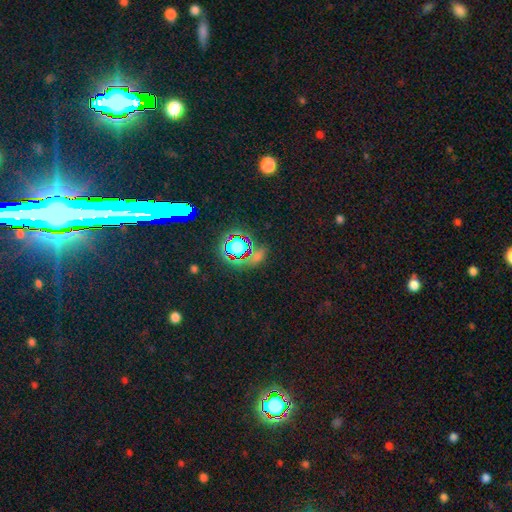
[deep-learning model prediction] Smooth or featured?
  - star or artifact: 73% *
  - smooth: 17%
  - featured or disk: 10%